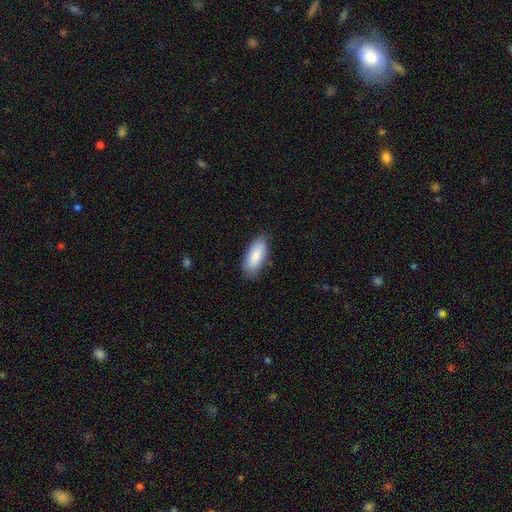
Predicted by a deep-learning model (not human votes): Morphology: type=smooth (86%); roundness=in between (85%); merging=none (79%).